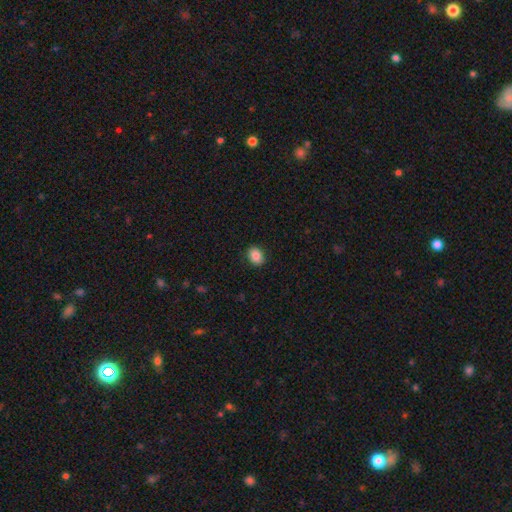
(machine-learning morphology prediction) This is clearly a smooth galaxy (87%). How rounded: likely in between (65%). Merging: clearly none (89%).